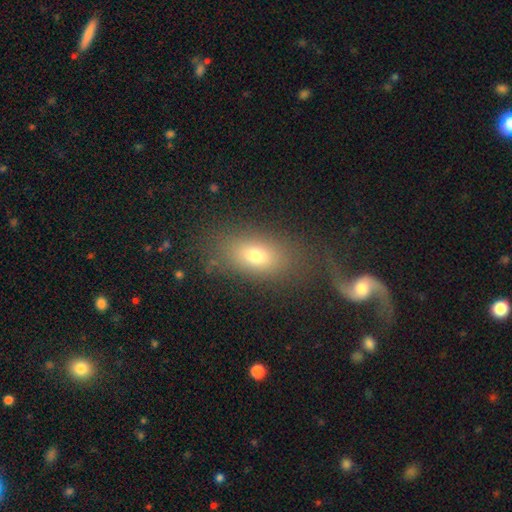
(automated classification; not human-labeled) Smooth or featured? Predicted: smooth (p=0.68). How rounded? Predicted: in between (p=0.84). Merging? Predicted: none (p=0.63).